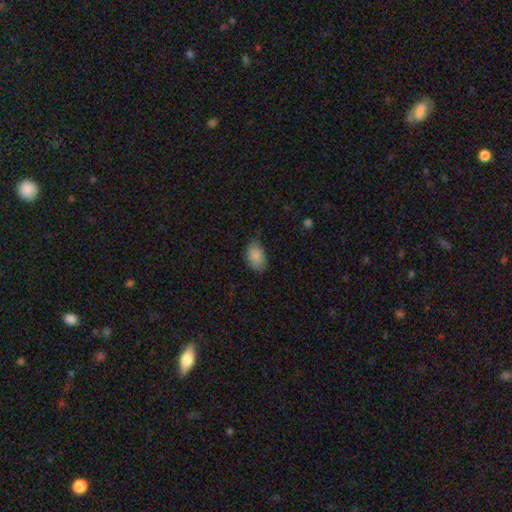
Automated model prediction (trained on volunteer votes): Smooth or featured?
  - smooth: 88% *
  - star or artifact: 8%
  - featured or disk: 5%
How rounded?
  - in between: 90% *
  - round: 8%
  - cigar-shaped: 1%
Merging?
  - none: 75% *
  - minor disturbance: 20%
  - major disturbance: 4%
  - merger: 1%